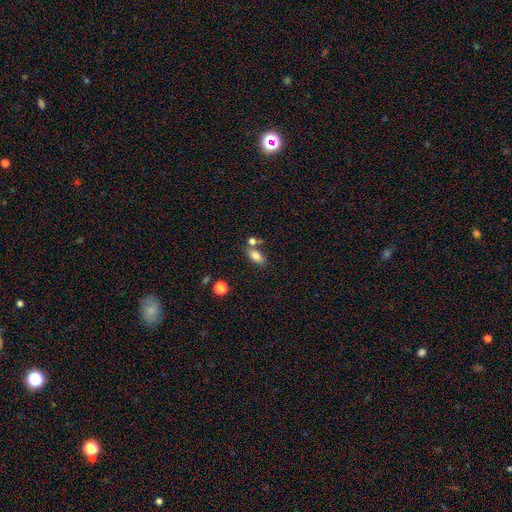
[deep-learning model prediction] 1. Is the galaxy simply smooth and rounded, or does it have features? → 81% smooth, 10% featured or disk, 9% star or artifact.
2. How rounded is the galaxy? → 87% in between, 8% round, 5% cigar-shaped.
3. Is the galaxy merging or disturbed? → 58% none, 25% merger, 13% minor disturbance, 4% major disturbance.